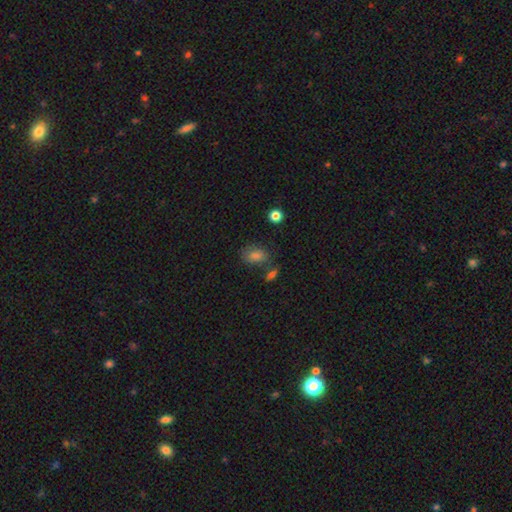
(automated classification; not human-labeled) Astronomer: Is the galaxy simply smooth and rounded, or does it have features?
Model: smooth — 75%.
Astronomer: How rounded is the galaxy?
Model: in between — 77%.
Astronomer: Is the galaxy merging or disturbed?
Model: none — 67%.